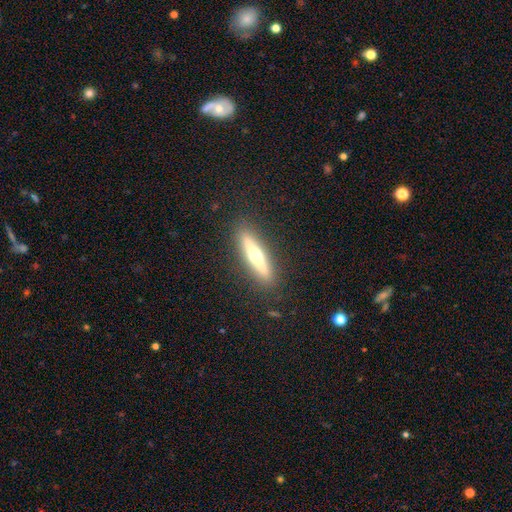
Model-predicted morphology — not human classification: featured or disk 61%, smooth 33%, star or artifact 6%. Down the decision tree: edge-on disk — yes (94%); edge-on bulge — rounded (92%); merging — none (90%).